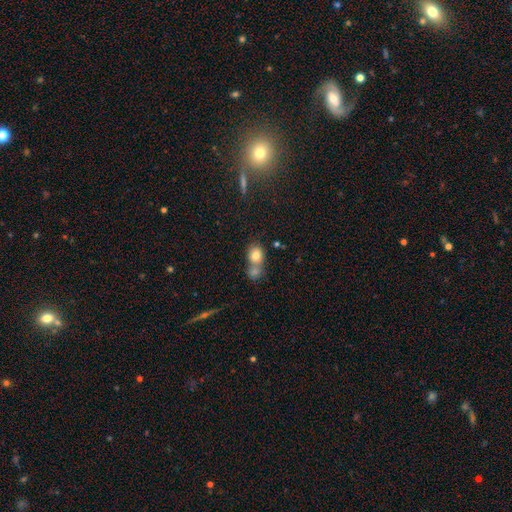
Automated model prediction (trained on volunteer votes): smooth_or_featured: smooth (p=0.78) [alt: featured or disk p=0.12]
how_rounded: round (p=0.60) [alt: in between p=0.39]
merging: merger (p=0.52) [alt: none p=0.37]